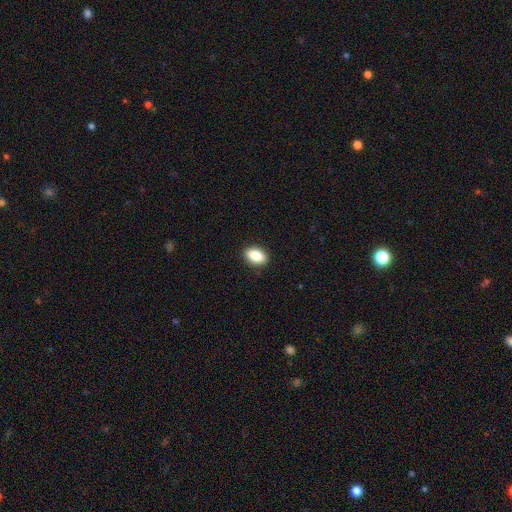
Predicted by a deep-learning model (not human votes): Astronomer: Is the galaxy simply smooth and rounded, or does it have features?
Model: smooth — 85%.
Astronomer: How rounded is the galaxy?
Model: in between — 87%.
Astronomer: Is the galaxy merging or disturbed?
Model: none — 90%.